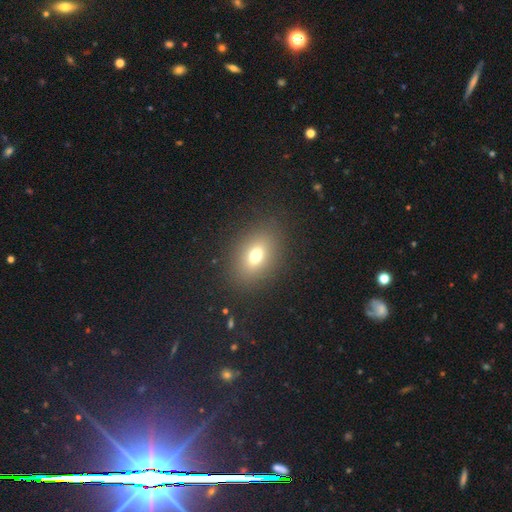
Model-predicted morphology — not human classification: Smooth or featured? smooth (70%)
How rounded? in between (71%)
Merging? none (86%)